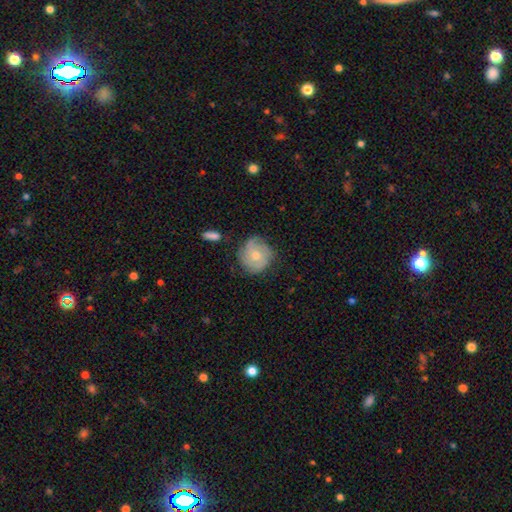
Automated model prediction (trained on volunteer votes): Q: Smooth or featured?
A: smooth (48%); runner-up: featured or disk (45%)
Q: Merging?
A: none (69%); runner-up: minor disturbance (22%)